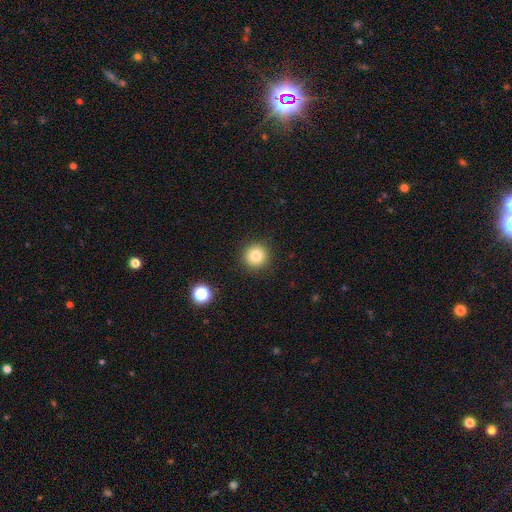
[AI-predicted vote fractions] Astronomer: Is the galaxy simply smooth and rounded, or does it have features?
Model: smooth — 82%.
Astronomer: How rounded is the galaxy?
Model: round — 95%.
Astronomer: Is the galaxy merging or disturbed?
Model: none — 91%.